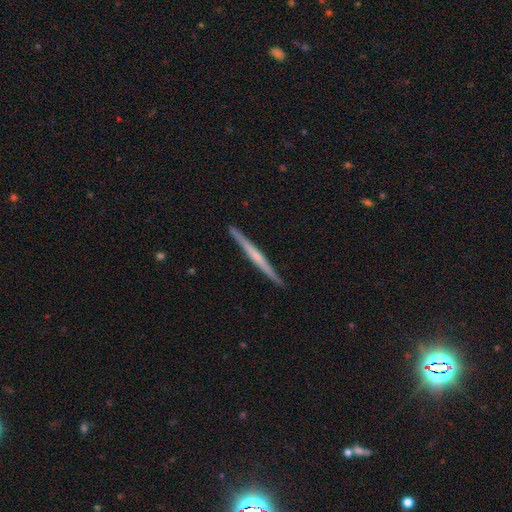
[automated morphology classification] featured or disk 62%, smooth 32%, star or artifact 5%. Down the decision tree: edge-on disk — yes (98%); edge-on bulge — none (62%); merging — none (92%).